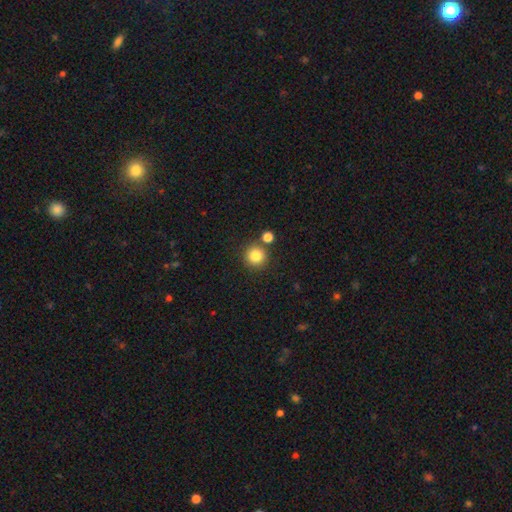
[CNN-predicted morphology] Smooth or featured?
  - smooth: 83% *
  - star or artifact: 11%
  - featured or disk: 6%
How rounded?
  - round: 94% *
  - in between: 5%
  - cigar-shaped: 1%
Merging?
  - none: 77% *
  - merger: 13%
  - minor disturbance: 8%
  - major disturbance: 3%